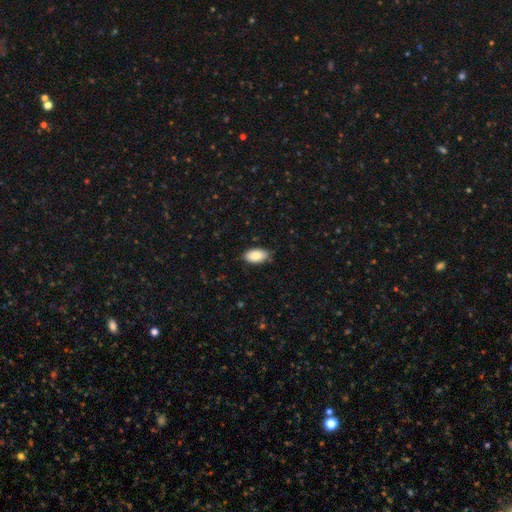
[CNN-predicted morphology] Smooth or featured? Predicted: smooth (p=0.87). How rounded? Predicted: in between (p=0.95). Merging? Predicted: none (p=0.82).